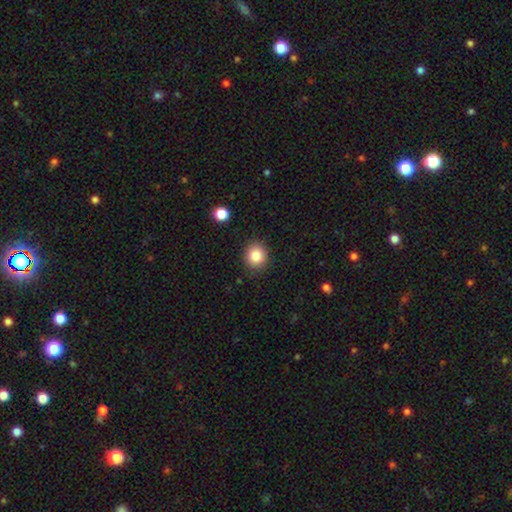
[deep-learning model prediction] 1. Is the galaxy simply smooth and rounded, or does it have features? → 83% smooth, 11% star or artifact, 6% featured or disk.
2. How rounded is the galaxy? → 84% round, 15% in between, 1% cigar-shaped.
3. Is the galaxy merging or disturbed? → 88% none, 8% minor disturbance, 2% major disturbance, 2% merger.